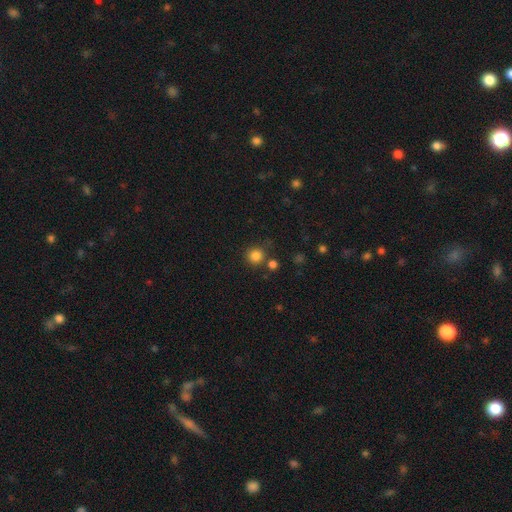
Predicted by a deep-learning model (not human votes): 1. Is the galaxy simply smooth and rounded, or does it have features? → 83% smooth, 13% star or artifact, 4% featured or disk.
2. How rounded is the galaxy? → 93% round, 6% in between, 1% cigar-shaped.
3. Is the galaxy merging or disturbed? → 78% none, 10% merger, 9% minor disturbance, 3% major disturbance.